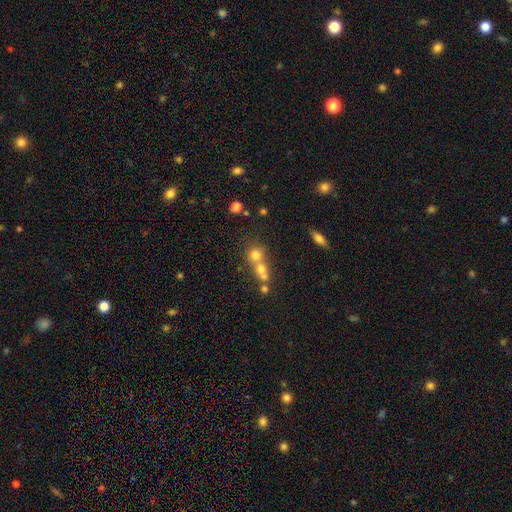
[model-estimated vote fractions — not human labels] Q: Smooth or featured?
A: smooth (62%); runner-up: featured or disk (20%)
Q: How rounded?
A: round (77%); runner-up: in between (21%)
Q: Merging?
A: merger (57%); runner-up: none (33%)